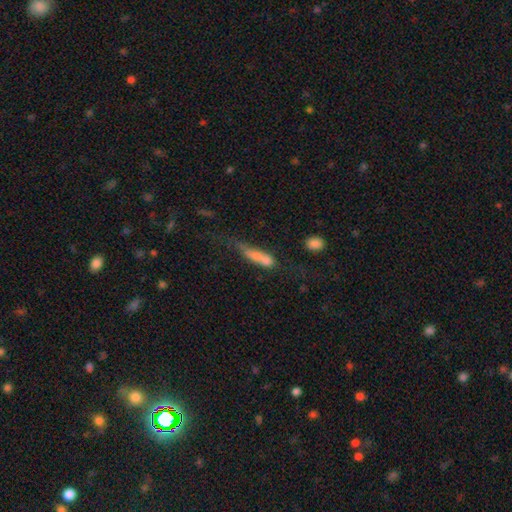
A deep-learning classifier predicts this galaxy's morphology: smooth-or-featured: smooth: 60% | featured or disk: 29% | star or artifact: 12%
  how-rounded: cigar-shaped: 61% | in between: 33% | round: 5%
  merging: merger: 30% | major disturbance: 26% | none: 24% | minor disturbance: 19%